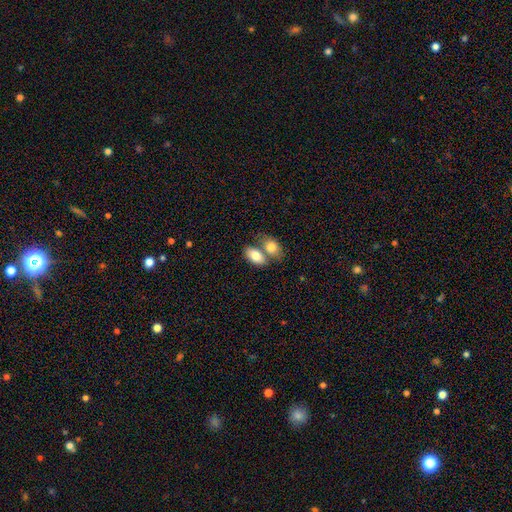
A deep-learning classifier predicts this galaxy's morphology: smooth-or-featured: smooth: 80% | featured or disk: 14% | star or artifact: 6%
  how-rounded: in between: 91% | round: 7% | cigar-shaped: 2%
  merging: merger: 57% | none: 31% | minor disturbance: 9% | major disturbance: 3%